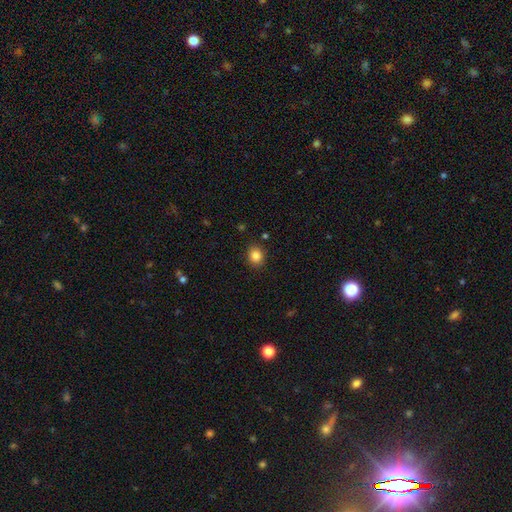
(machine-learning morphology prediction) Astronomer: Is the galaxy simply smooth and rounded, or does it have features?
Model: smooth — 84%.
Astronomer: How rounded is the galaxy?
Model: round — 70%.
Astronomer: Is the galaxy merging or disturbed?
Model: none — 89%.